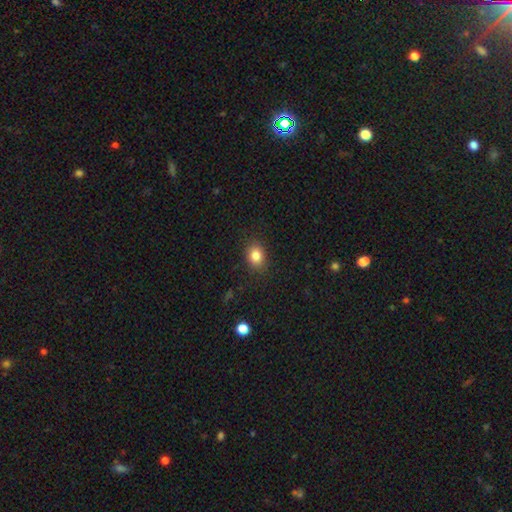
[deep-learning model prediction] Smooth or featured? Predicted: smooth (p=0.83). How rounded? Predicted: in between (p=0.51). Merging? Predicted: none (p=0.86).